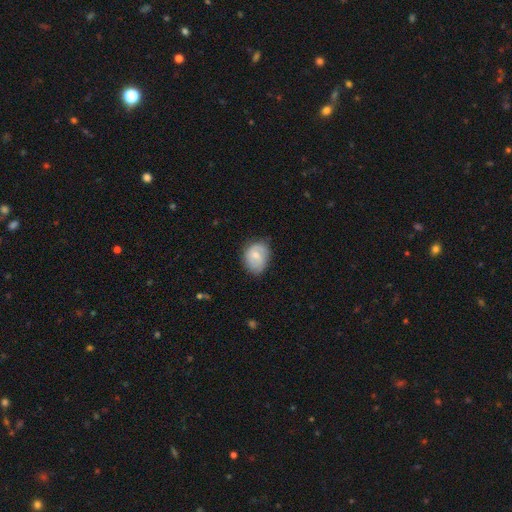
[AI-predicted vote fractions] This is possibly a smooth galaxy (57%). How rounded: possibly in between (58%). Merging: likely none (64%).